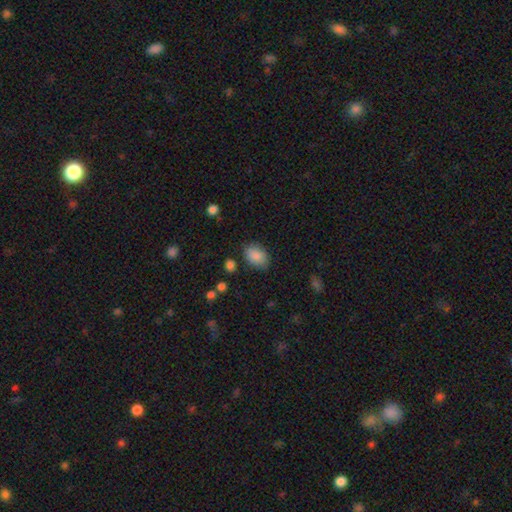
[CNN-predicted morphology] Overall: smooth (87%). How rounded: in between (81%). Merging: none (79%).